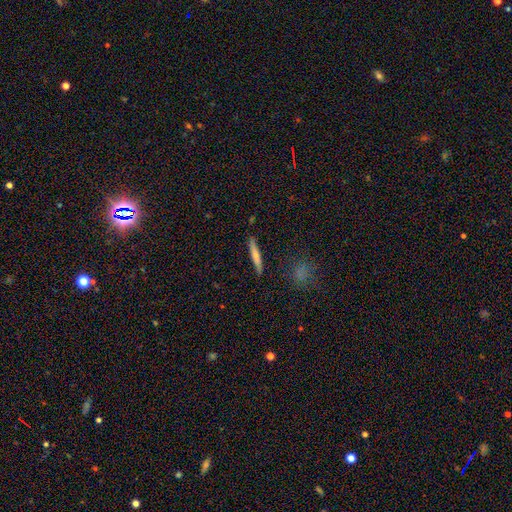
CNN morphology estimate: type=smooth (68%); roundness=cigar-shaped (94%); merging=none (87%).